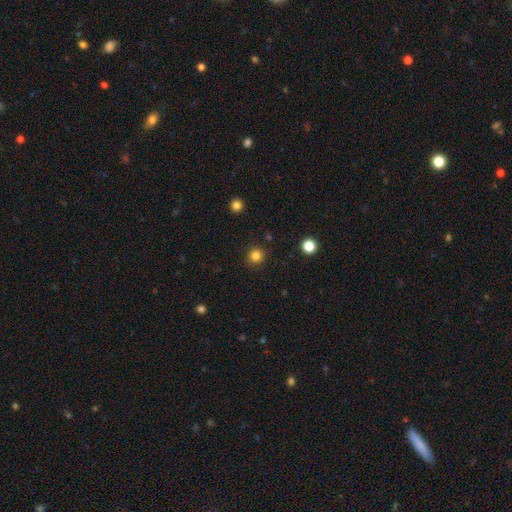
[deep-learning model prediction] smooth 83%, star or artifact 13%, featured or disk 4%. Down the decision tree: how rounded — round (94%); merging — none (91%).